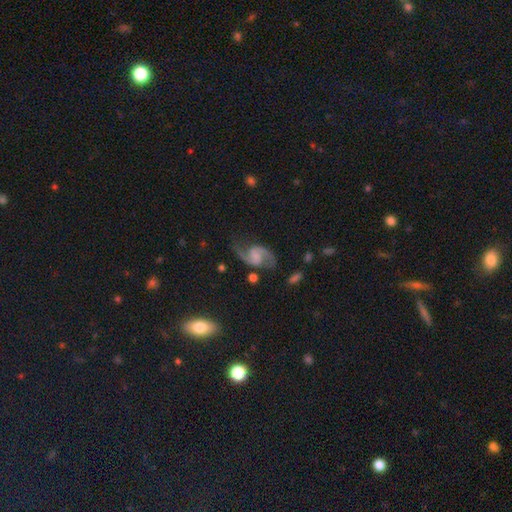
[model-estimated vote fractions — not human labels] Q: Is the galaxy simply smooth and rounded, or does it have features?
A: featured or disk — 89%.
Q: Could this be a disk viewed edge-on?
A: no — 98%.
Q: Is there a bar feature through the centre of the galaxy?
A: weak — 46%.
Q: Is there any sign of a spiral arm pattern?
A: yes — 97%.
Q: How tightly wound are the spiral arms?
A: medium — 48%.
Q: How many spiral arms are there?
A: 2 — 93%.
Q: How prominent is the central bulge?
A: none — 46%.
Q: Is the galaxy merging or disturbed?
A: none — 72%.